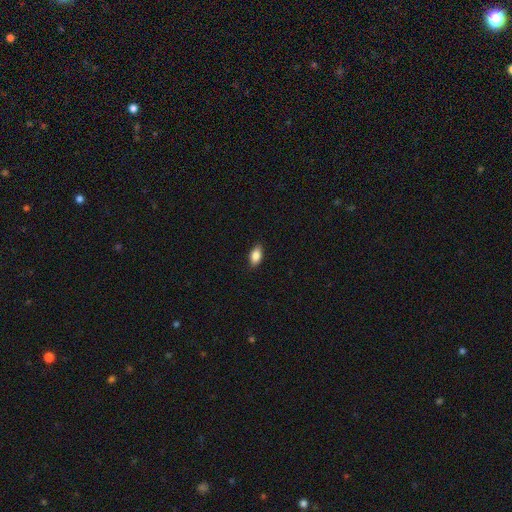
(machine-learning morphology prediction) Overall: smooth (87%). How rounded: in between (90%). Merging: none (87%).